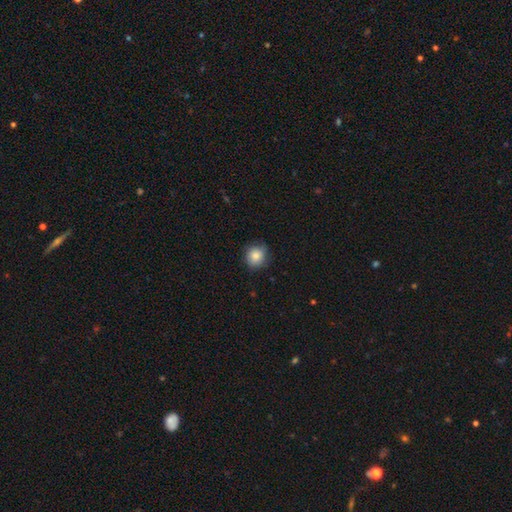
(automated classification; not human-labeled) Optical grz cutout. It shows a smooth galaxy with no disk features (82%) that is round (84%). Merging: none (77%).